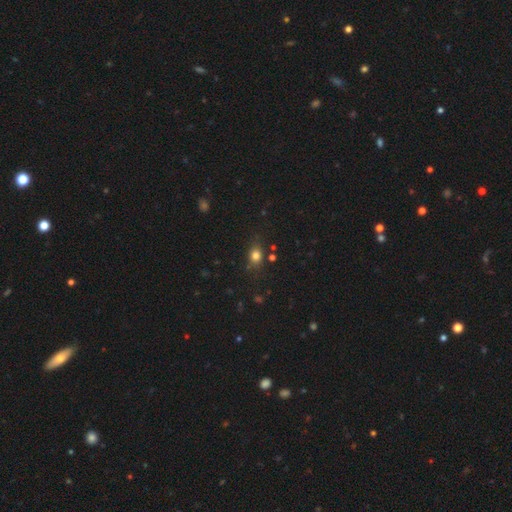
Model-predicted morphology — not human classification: Smooth or featured: smooth — 77% (star or artifact — 14%)
How rounded: round — 51% (in between — 47%)
Merging: none — 75% (minor disturbance — 17%)